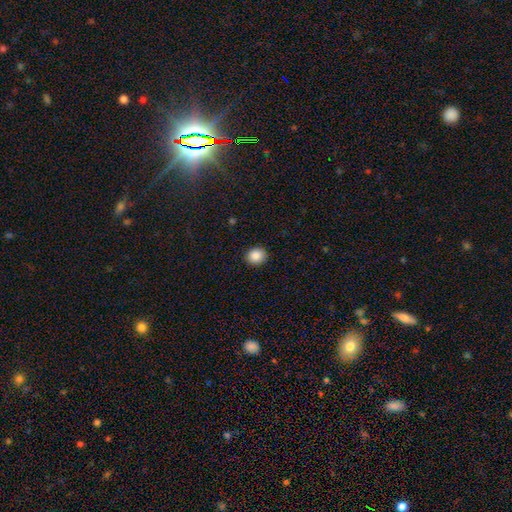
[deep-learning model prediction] Q: Smooth or featured?
A: smooth (88%); runner-up: star or artifact (9%)
Q: How rounded?
A: round (76%); runner-up: in between (23%)
Q: Merging?
A: none (91%); runner-up: minor disturbance (6%)